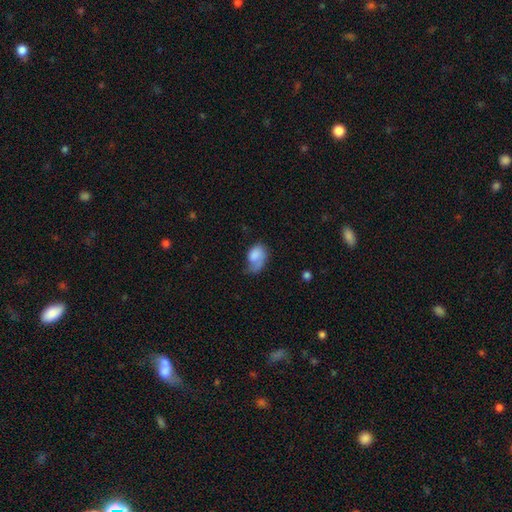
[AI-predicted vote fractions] Q: Smooth or featured?
A: smooth (68%); runner-up: featured or disk (25%)
Q: How rounded?
A: in between (83%); runner-up: round (16%)
Q: Merging?
A: major disturbance (36%); runner-up: minor disturbance (30%)